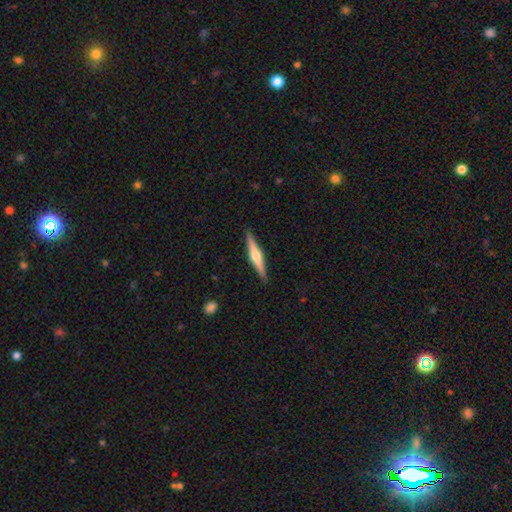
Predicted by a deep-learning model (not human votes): Smooth or featured: featured or disk — 69% (smooth — 26%)
Edge-on disk: yes — 98% (no — 2%)
Edge-on bulge: rounded — 91% (boxy — 5%)
Merging: none — 91% (minor disturbance — 7%)